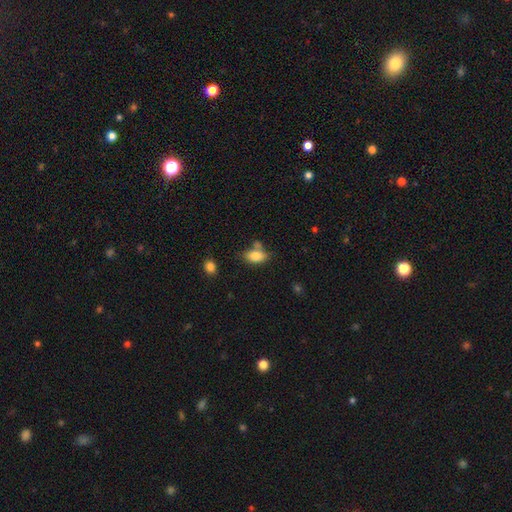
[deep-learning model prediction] Morphology: type=smooth (82%); roundness=in between (89%); merging=none (58%).